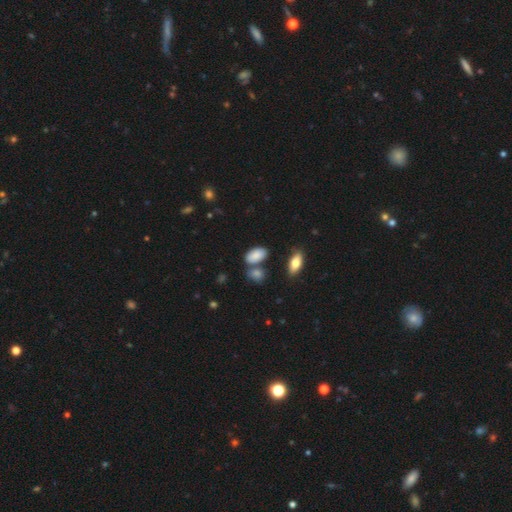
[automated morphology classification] smooth-or-featured: smooth: 84% | star or artifact: 8% | featured or disk: 7%
  how-rounded: in between: 92% | round: 5% | cigar-shaped: 3%
  merging: none: 60% | minor disturbance: 18% | merger: 17% | major disturbance: 5%